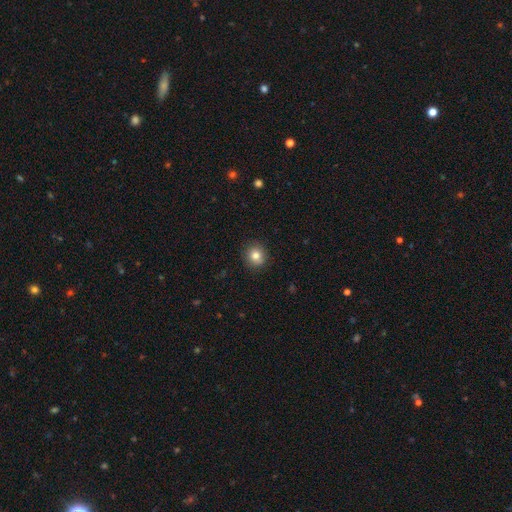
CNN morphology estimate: Smooth or featured: smooth — 82% (star or artifact — 10%)
How rounded: round — 87% (in between — 12%)
Merging: none — 90% (minor disturbance — 7%)